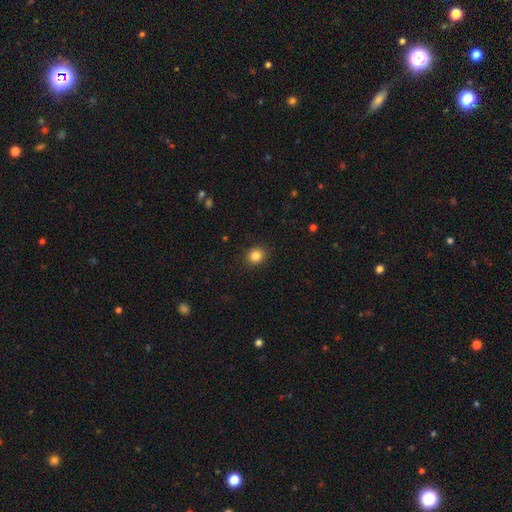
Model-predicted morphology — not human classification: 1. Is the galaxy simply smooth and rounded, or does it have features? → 85% smooth, 11% star or artifact, 4% featured or disk.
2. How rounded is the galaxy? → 75% round, 24% in between, 1% cigar-shaped.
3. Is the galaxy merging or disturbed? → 91% none, 6% minor disturbance, 2% major disturbance, 1% merger.